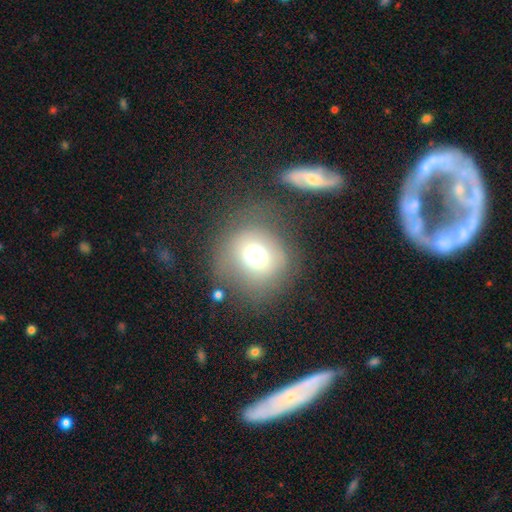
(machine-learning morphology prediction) A smooth galaxy with no disk features (70%) that is round (87%). Merging: none (62%).